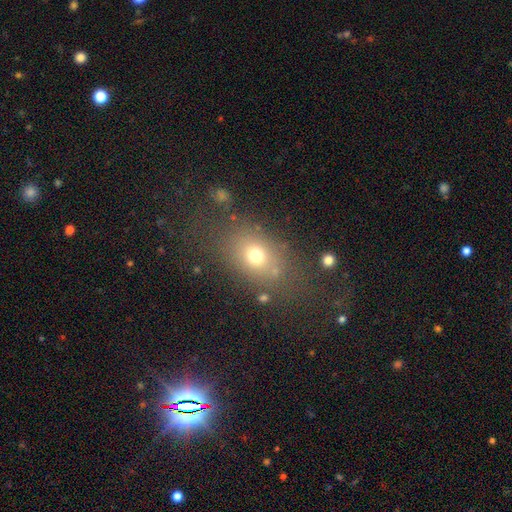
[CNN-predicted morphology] This is likely a smooth galaxy (71%). How rounded: likely in between (61%). Merging: likely none (70%).